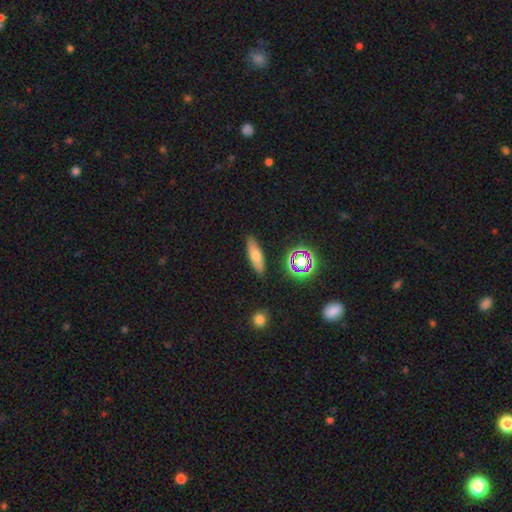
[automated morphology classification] Overall: smooth (66%). How rounded: in between (53%; cigar-shaped 43%). Merging: none (87%).